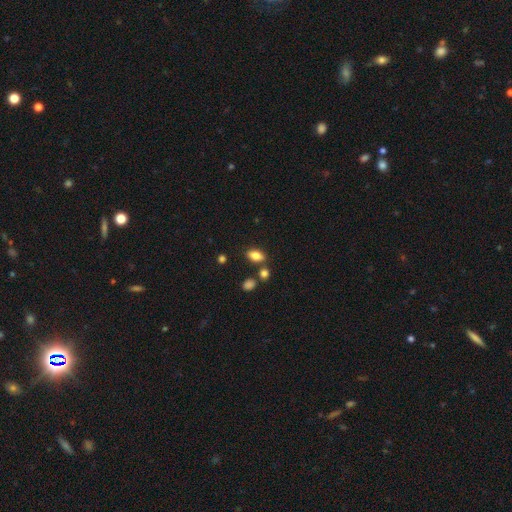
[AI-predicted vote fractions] smooth_or_featured: smooth (p=0.82) [alt: star or artifact p=0.09]
how_rounded: in between (p=0.87) [alt: round p=0.09]
merging: none (p=0.76) [alt: minor disturbance p=0.12]